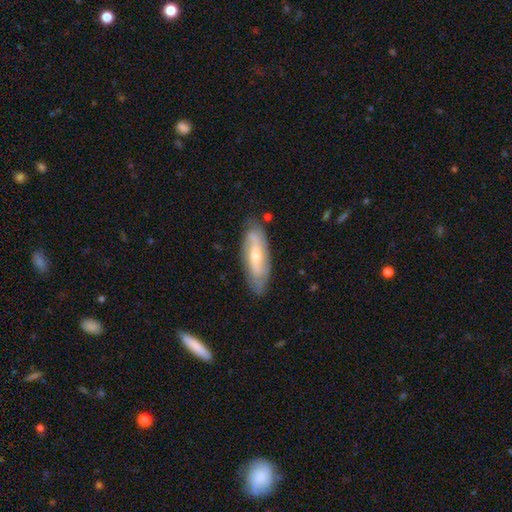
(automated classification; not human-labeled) Smooth or featured: featured or disk — 61% (smooth — 33%)
Edge-on disk: no — 77% (yes — 23%)
Merging: none — 78% (minor disturbance — 16%)